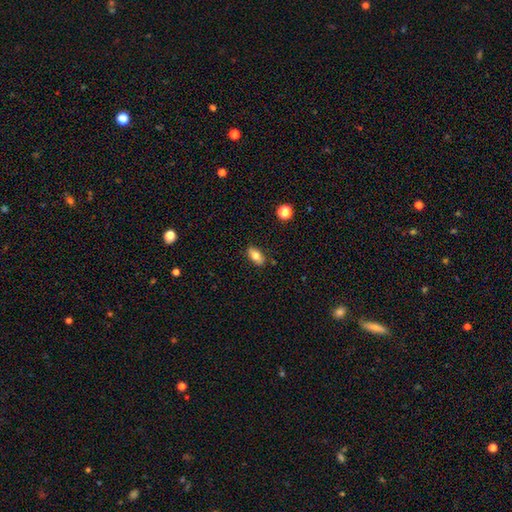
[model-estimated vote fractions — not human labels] A smooth galaxy with no disk features (75%) that is in between round and cigar-shaped (87%).

Vote fractions:
- Smooth or featured? smooth: 75% / featured or disk: 17% / star or artifact: 8%
- How rounded? in between: 87% / cigar-shaped: 7% / round: 6%
- Merging? none: 85% / minor disturbance: 11% / major disturbance: 2% / merger: 2%